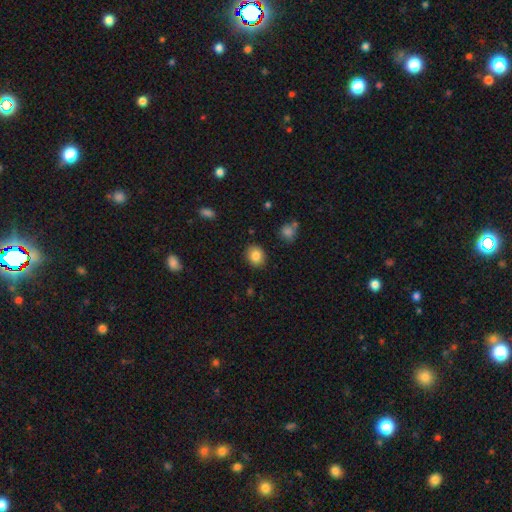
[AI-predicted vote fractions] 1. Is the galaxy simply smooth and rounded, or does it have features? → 85% smooth, 9% star or artifact, 6% featured or disk.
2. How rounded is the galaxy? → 64% round, 35% in between, 1% cigar-shaped.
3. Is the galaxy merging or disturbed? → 88% none, 8% minor disturbance, 2% major disturbance, 2% merger.